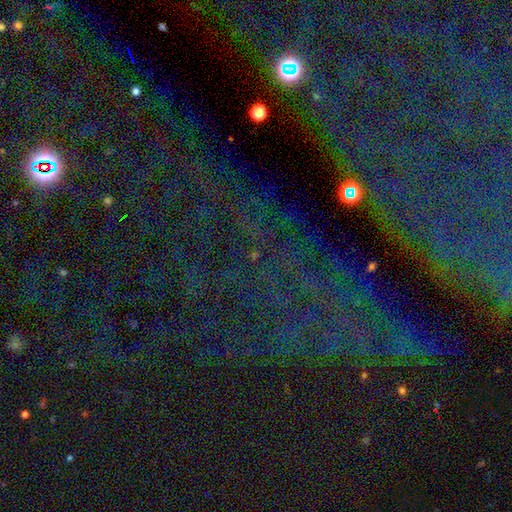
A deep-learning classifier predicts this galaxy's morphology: Q: Smooth or featured?
A: star or artifact (81%); runner-up: smooth (10%)